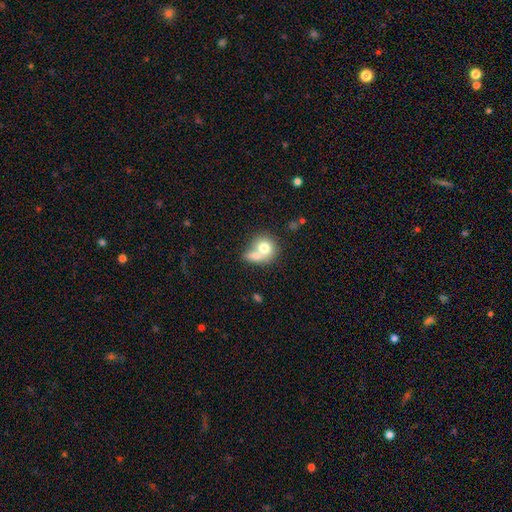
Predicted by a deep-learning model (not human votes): Q: Smooth or featured?
A: smooth (72%); runner-up: featured or disk (20%)
Q: How rounded?
A: round (69%); runner-up: in between (29%)
Q: Merging?
A: merger (61%); runner-up: none (25%)